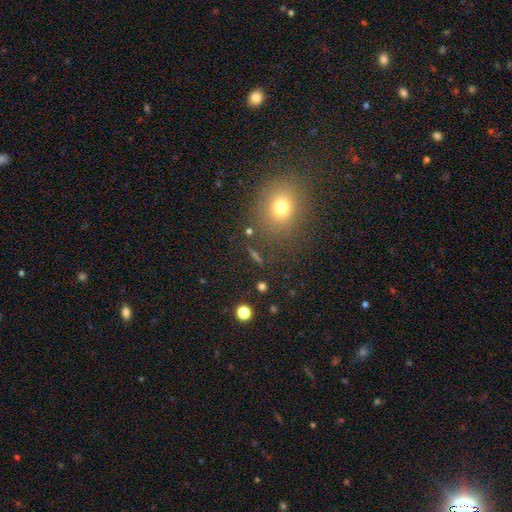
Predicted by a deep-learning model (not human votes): A smooth galaxy with no disk features (50%). Merging: none (79%).